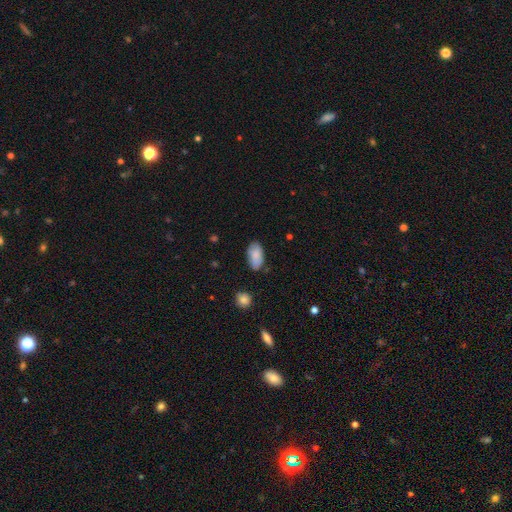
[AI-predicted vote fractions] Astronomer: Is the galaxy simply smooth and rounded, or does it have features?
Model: smooth — 81%.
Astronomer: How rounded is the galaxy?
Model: in between — 94%.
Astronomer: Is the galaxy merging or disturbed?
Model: none — 71%.